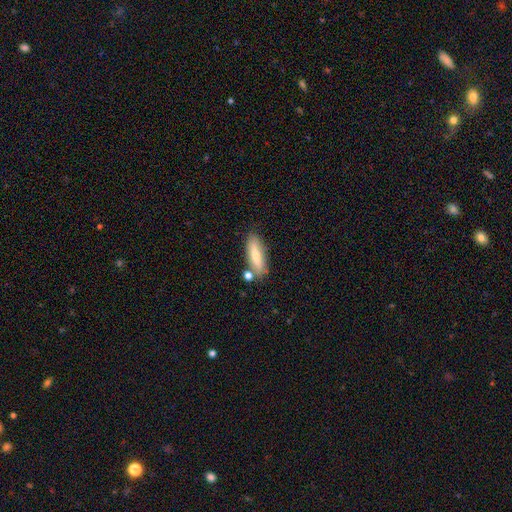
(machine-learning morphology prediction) A smooth galaxy with no disk features (72%) that is cigar-shaped (53%). Merging: none (72%).